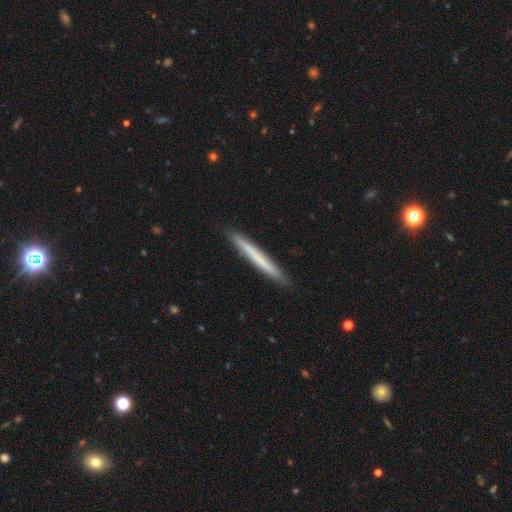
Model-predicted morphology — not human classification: type=smooth (62%); roundness=cigar-shaped (97%); merging=none (90%).